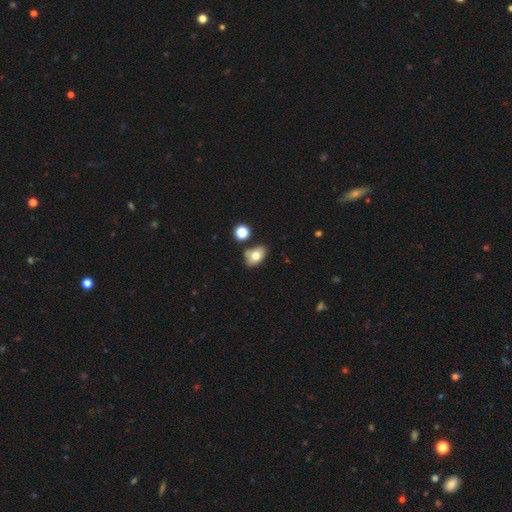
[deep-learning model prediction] smooth_or_featured: smooth (p=0.74) [alt: featured or disk p=0.16]
how_rounded: in between (p=0.83) [alt: round p=0.15]
merging: none (p=0.67) [alt: minor disturbance p=0.17]